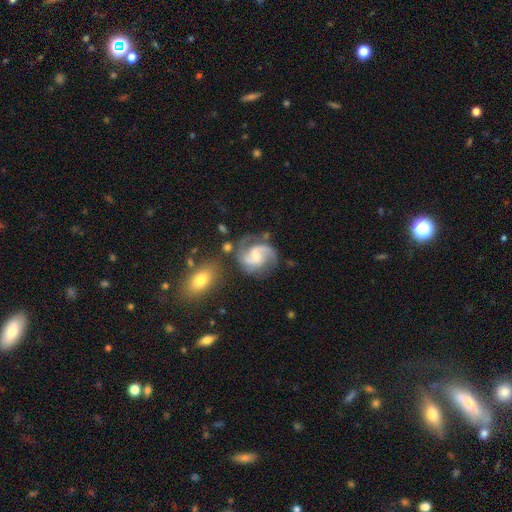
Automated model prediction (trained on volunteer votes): Smooth or featured: featured or disk — 86% (smooth — 8%)
Edge-on disk: no — 98% (yes — 2%)
Bar: weak — 45% (no — 43%)
Spiral arms: yes — 97% (no — 3%)
Spiral winding: medium — 56% (tight — 23%)
Spiral arm count: 2 — 78% (3 — 10%)
Bulge size: small — 51% (moderate — 42%)
Merging: none — 63% (minor disturbance — 19%)